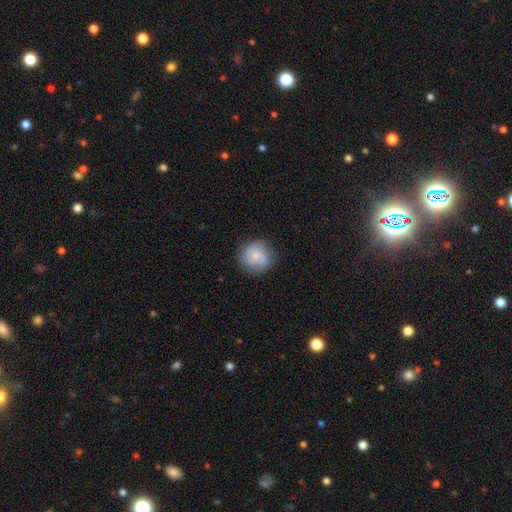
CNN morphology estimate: A smooth galaxy with no disk features (67%) that is round (89%). Merging: none (74%).